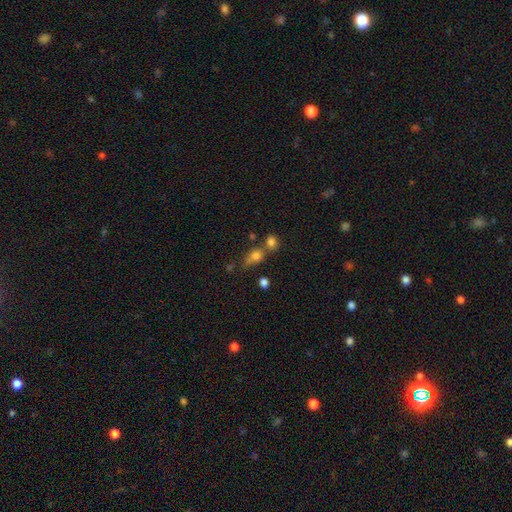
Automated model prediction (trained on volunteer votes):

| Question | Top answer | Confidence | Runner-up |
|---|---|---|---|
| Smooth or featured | smooth | 74% | star or artifact (15%) |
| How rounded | round | 51% | in between (44%) |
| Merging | none | 42% | merger (35%) |